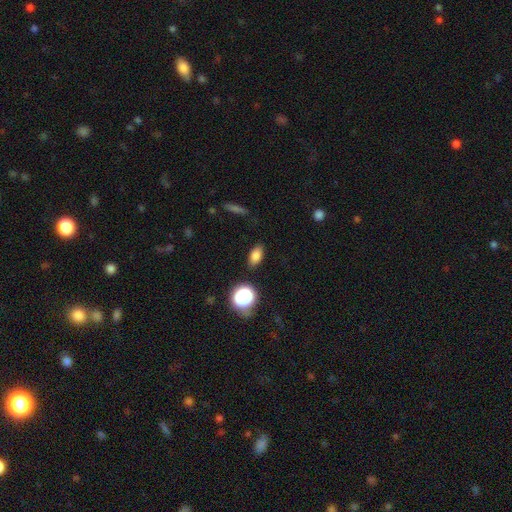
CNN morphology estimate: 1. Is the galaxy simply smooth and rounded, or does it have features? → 80% smooth, 13% star or artifact, 7% featured or disk.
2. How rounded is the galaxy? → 84% in between, 11% round, 5% cigar-shaped.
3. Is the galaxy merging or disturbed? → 85% none, 10% minor disturbance, 3% major disturbance, 2% merger.